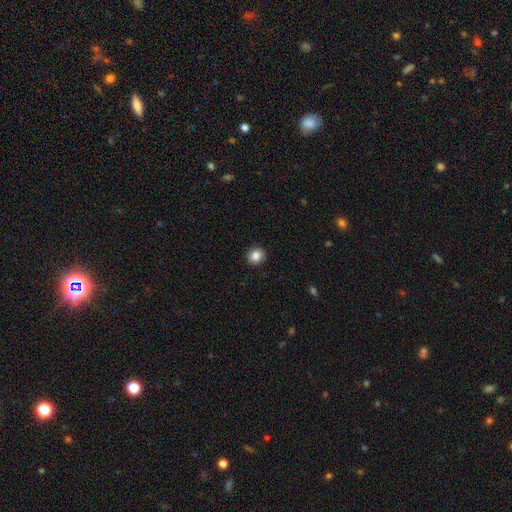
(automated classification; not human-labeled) Smooth or featured: smooth — 86% (star or artifact — 10%)
How rounded: round — 85% (in between — 14%)
Merging: none — 92% (minor disturbance — 6%)